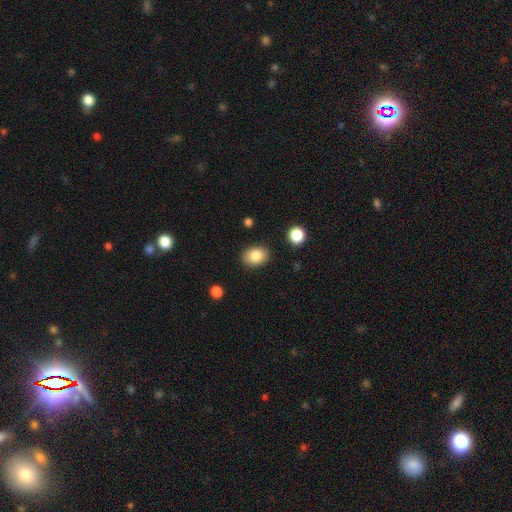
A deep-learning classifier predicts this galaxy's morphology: Smooth or featured? Predicted: smooth (p=0.85). How rounded? Predicted: in between (p=0.69). Merging? Predicted: none (p=0.86).